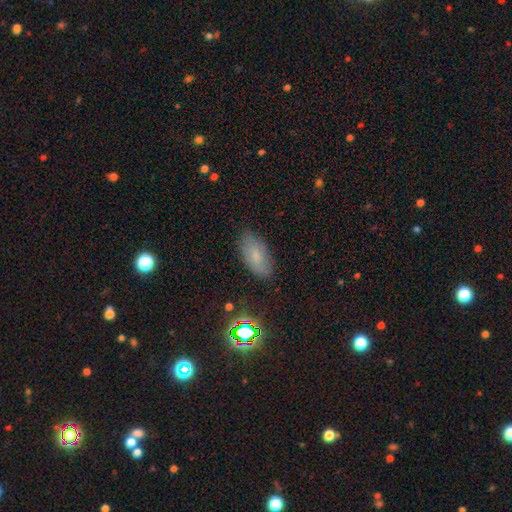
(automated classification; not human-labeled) A smooth galaxy with no disk features (72%) that is in between round and cigar-shaped (92%).

Vote fractions:
- Smooth or featured? smooth: 72% / featured or disk: 14% / star or artifact: 14%
- How rounded? in between: 92% / cigar-shaped: 5% / round: 3%
- Merging? none: 81% / minor disturbance: 15% / major disturbance: 3% / merger: 1%